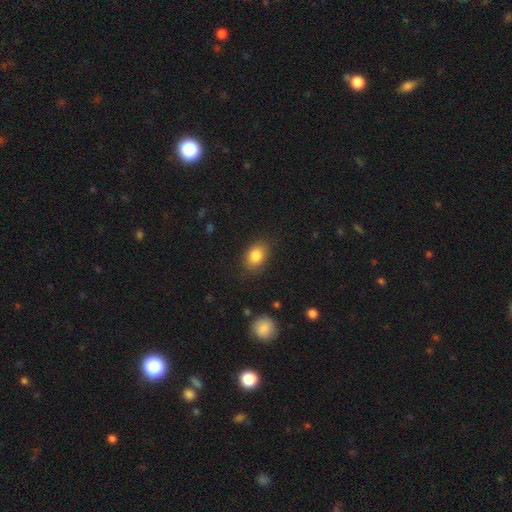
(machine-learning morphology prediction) This appears to be a smooth galaxy with no disk features (83%) that is in between round and cigar-shaped (74%). Merging: none (83%).